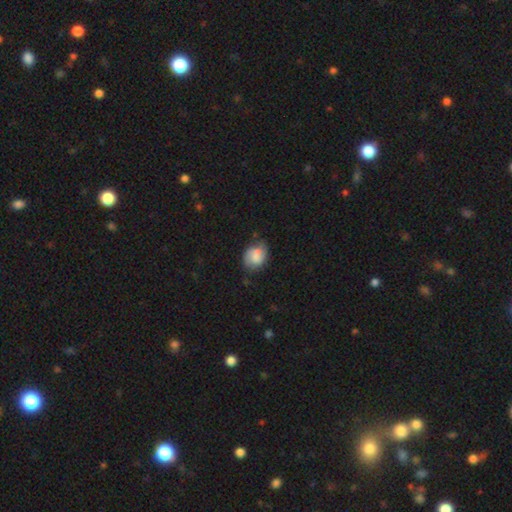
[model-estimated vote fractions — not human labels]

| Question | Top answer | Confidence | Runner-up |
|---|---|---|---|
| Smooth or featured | smooth | 64% | featured or disk (28%) |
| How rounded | in between | 57% | round (41%) |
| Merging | none | 58% | minor disturbance (30%) |